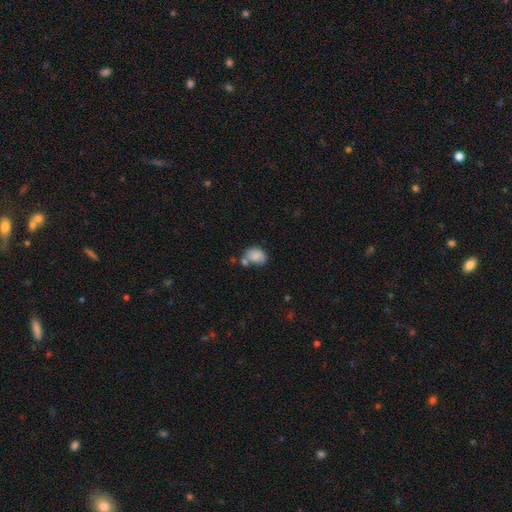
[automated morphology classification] Q: Smooth or featured?
A: smooth (77%); runner-up: featured or disk (15%)
Q: How rounded?
A: in between (58%); runner-up: round (41%)
Q: Merging?
A: none (41%); runner-up: merger (27%)